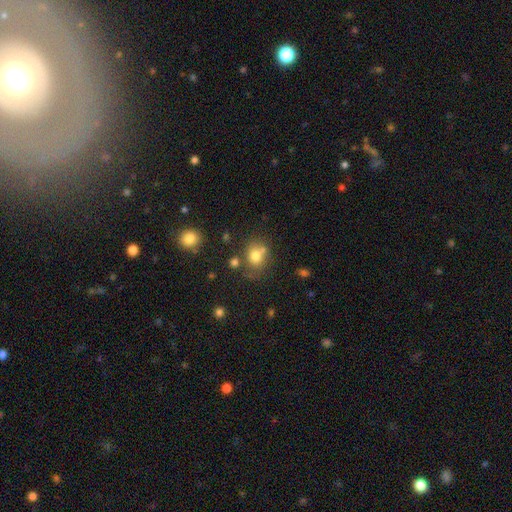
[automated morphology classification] Smooth or featured?
  - smooth: 76% *
  - star or artifact: 12%
  - featured or disk: 12%
How rounded?
  - round: 60% *
  - in between: 39%
  - cigar-shaped: 1%
Merging?
  - none: 52% *
  - merger: 21%
  - minor disturbance: 19%
  - major disturbance: 8%